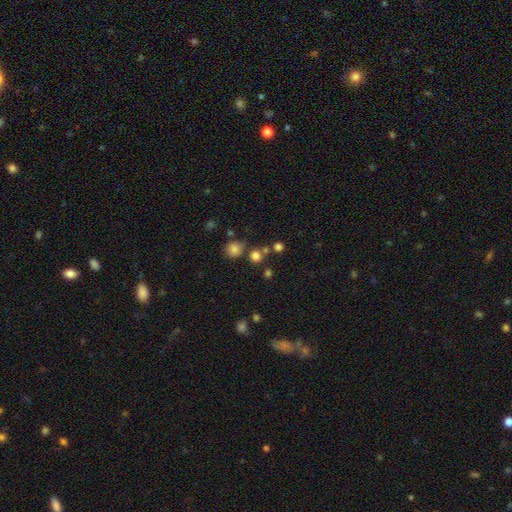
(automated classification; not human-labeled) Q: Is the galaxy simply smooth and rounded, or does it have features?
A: smooth — 76%.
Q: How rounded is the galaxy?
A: round — 88%.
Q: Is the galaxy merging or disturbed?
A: none — 70%.